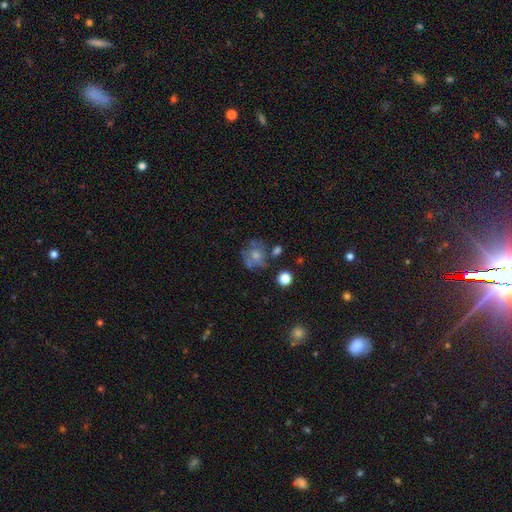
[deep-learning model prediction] This is possibly a smooth galaxy (56%). How rounded: likely round (74%). Merging: possibly none (49%).